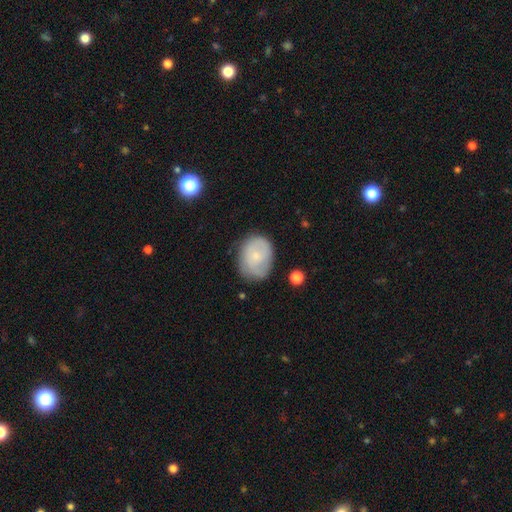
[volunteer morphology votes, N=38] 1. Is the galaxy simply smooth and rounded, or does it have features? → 50% featured or disk, 47% smooth, 3% star or artifact.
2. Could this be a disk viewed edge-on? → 100% no, 0% yes.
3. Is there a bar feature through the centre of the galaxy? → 53% no, 47% weak, 0% strong.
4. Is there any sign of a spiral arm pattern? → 53% yes, 47% no.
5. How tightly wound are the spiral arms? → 50% loose, 30% medium, 20% tight.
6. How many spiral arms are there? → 50% 2 (tied), 50% can't tell (tied), 0% 1, 0% 3, 0% 4, 0% more than 4.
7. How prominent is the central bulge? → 58% small, 26% none, 16% moderate, 0% dominant, 0% large.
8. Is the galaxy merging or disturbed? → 54% none, 35% minor disturbance, 8% merger, 3% major disturbance.